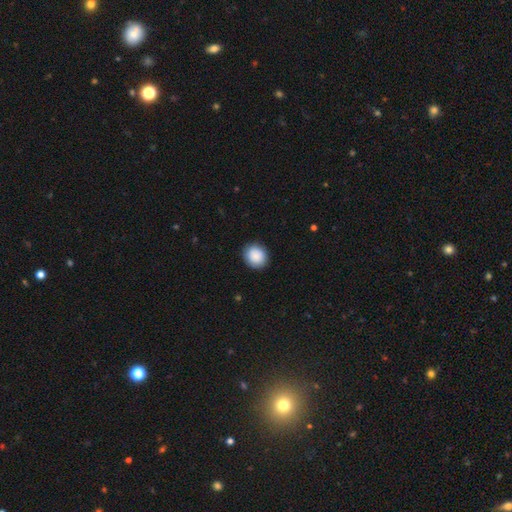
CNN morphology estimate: A smooth galaxy with no disk features (87%) that is round (81%). Merging: none (88%).